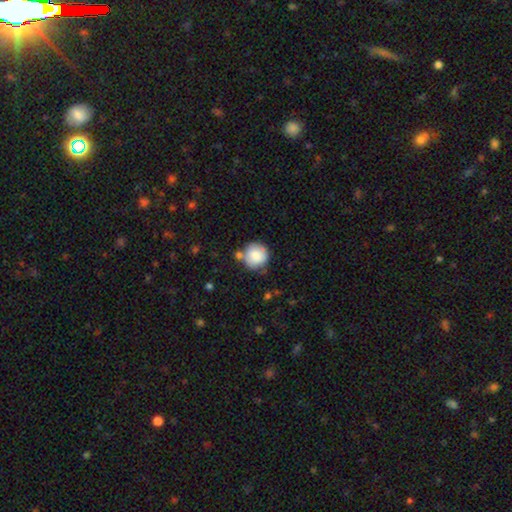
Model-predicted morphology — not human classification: smooth 80%, featured or disk 13%, star or artifact 7%. Down the decision tree: how rounded — round (92%); merging — none (67%).